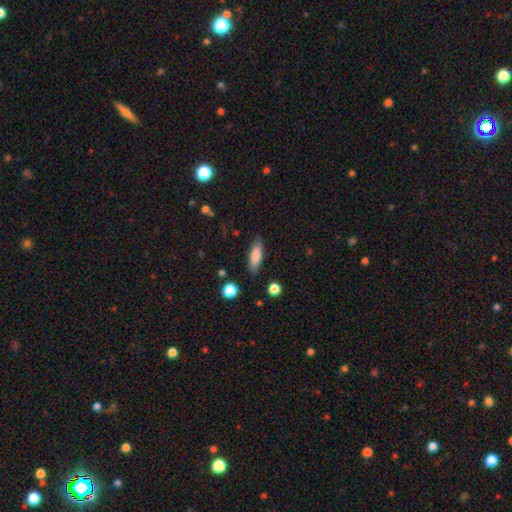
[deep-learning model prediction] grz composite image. It shows a smooth galaxy with no disk features (82%) that is in between round and cigar-shaped (57%). Merging: none (82%).